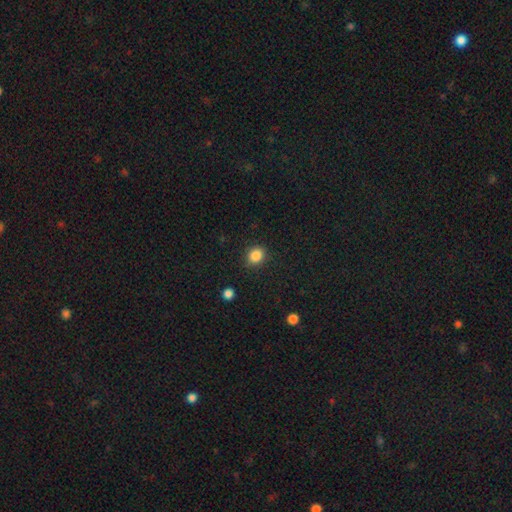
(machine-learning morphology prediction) Smooth or featured? smooth (86%)
How rounded? round (71%)
Merging? none (88%)